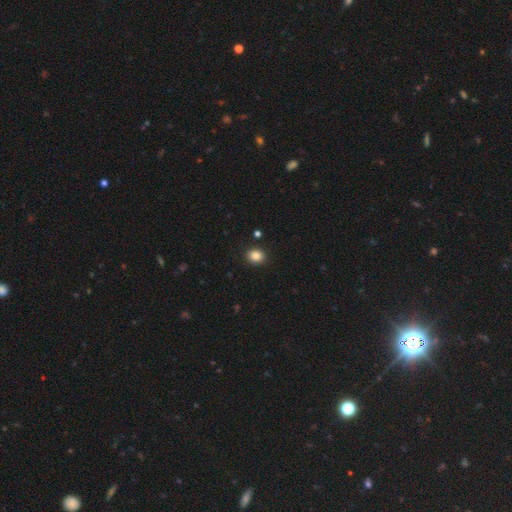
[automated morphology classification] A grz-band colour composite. It shows a smooth galaxy with no disk features (85%) that is round (65%). Merging: none (91%).